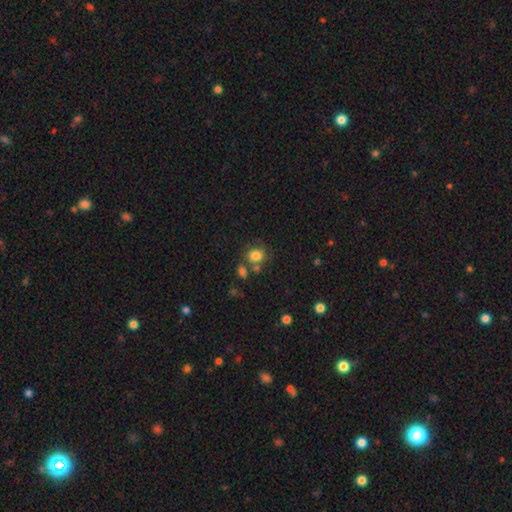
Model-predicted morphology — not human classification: This is clearly a smooth galaxy (81%). How rounded: likely round (71%). Merging: possibly none (59%).